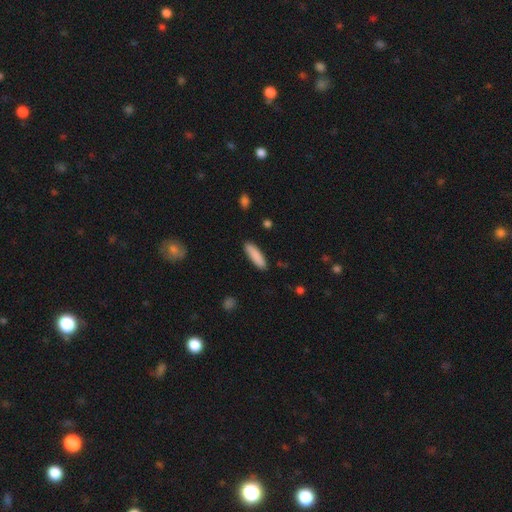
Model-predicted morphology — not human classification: A smooth galaxy with no disk features (87%) that is cigar-shaped (69%).

Vote fractions:
- Smooth or featured? smooth: 87% / featured or disk: 8% / star or artifact: 6%
- How rounded? cigar-shaped: 69% / in between: 29% / round: 1%
- Merging? none: 89% / minor disturbance: 8% / major disturbance: 2% / merger: 1%